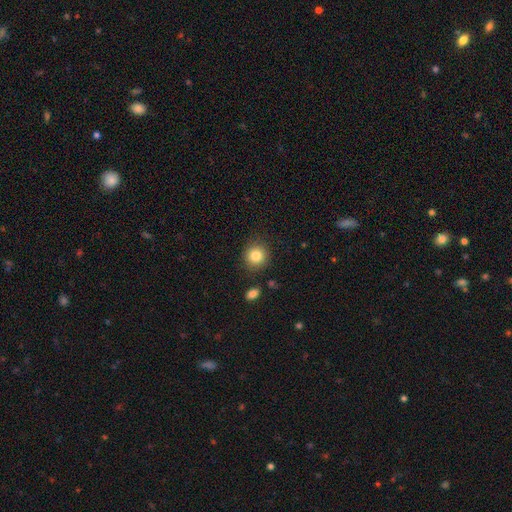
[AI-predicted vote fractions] This is clearly a smooth galaxy (84%). How rounded: clearly round (90%). Merging: clearly none (86%).